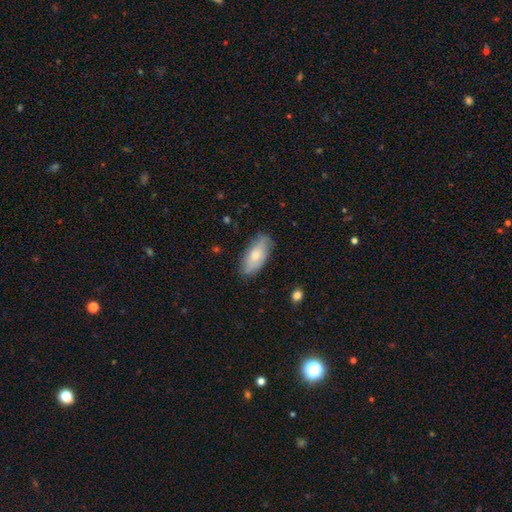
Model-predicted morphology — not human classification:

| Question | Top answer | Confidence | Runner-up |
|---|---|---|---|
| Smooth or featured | smooth | 68% | featured or disk (26%) |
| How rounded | in between | 87% | cigar-shaped (11%) |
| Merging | none | 78% | minor disturbance (18%) |